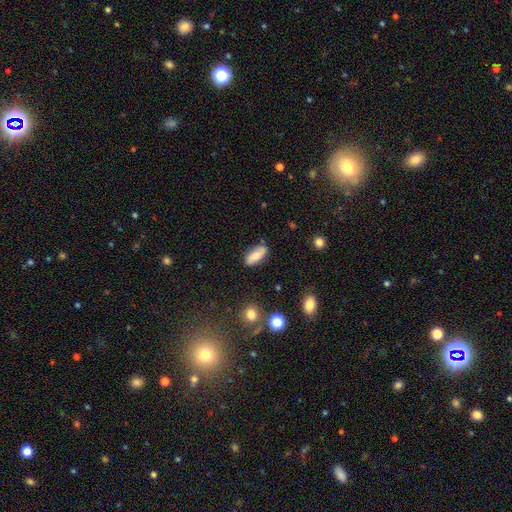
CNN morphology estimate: This is likely a smooth galaxy (74%). How rounded: likely in between (79%). Merging: clearly none (81%).